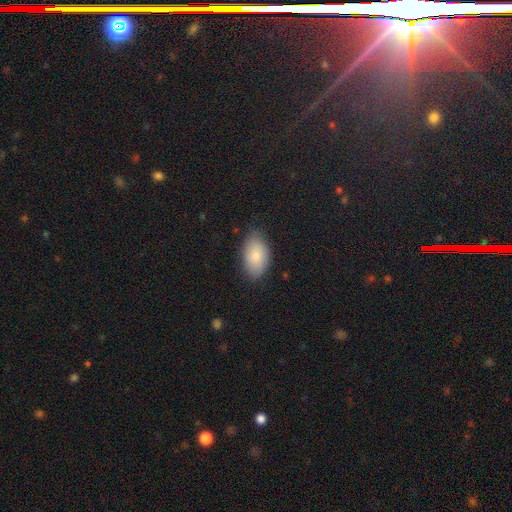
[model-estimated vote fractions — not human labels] Q: Smooth or featured?
A: smooth (83%); runner-up: featured or disk (11%)
Q: How rounded?
A: in between (93%); runner-up: round (5%)
Q: Merging?
A: none (80%); runner-up: minor disturbance (16%)